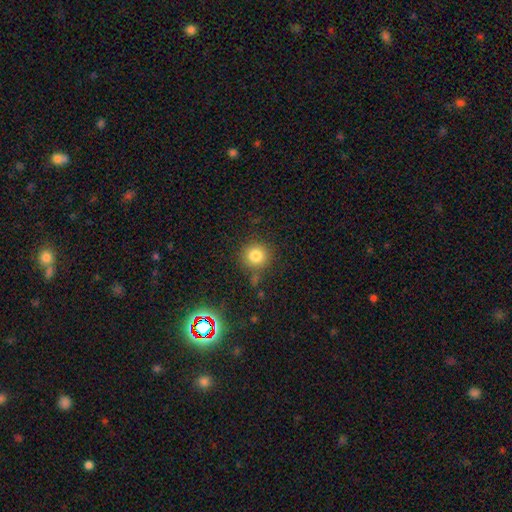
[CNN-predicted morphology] Smooth or featured? Predicted: smooth (p=0.81). How rounded? Predicted: round (p=0.92). Merging? Predicted: none (p=0.81).